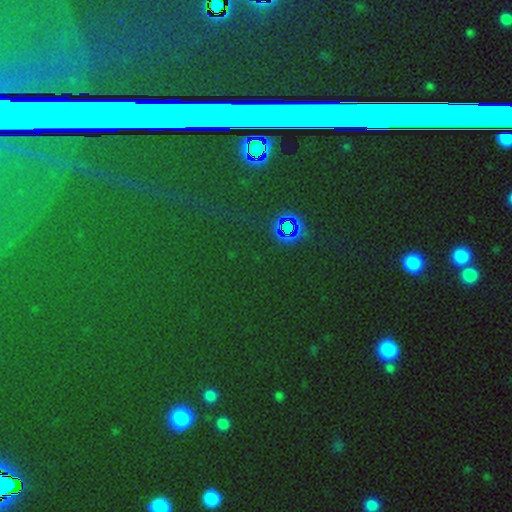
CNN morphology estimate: Smooth or featured: star or artifact — 79% (smooth — 12%)